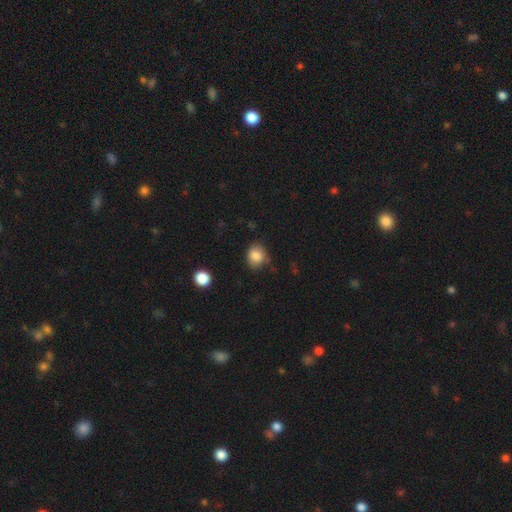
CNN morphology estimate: This appears to be a smooth galaxy with no disk features (85%) that is round (66%). Merging: none (74%).